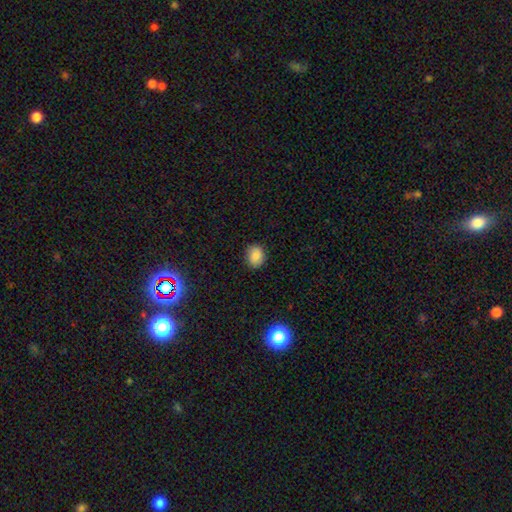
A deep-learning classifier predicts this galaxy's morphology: This appears to be a smooth galaxy with no disk features (84%) that is round (67%). Merging: none (85%).